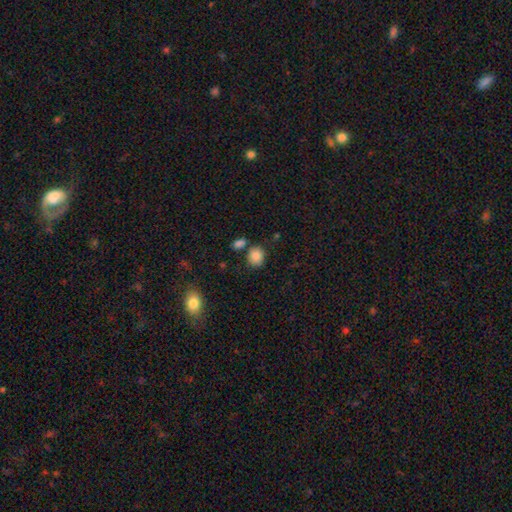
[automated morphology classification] A smooth galaxy with no disk features (85%) that is round (64%).

Vote fractions:
- Smooth or featured? smooth: 85% / star or artifact: 9% / featured or disk: 6%
- How rounded? round: 64% / in between: 35% / cigar-shaped: 1%
- Merging? none: 74% / minor disturbance: 12% / merger: 11% / major disturbance: 3%